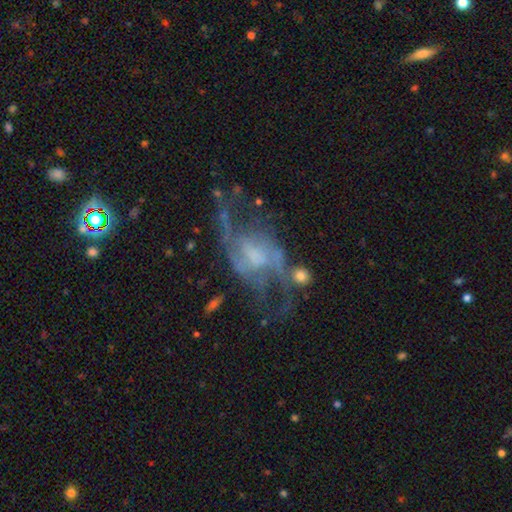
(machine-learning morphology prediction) A featured or disk galaxy (81%) with a weak bar (44%), 2 (73%) loose (52%) spiral arms (84%) and a small central bulge (32%). Merging: none (44%).